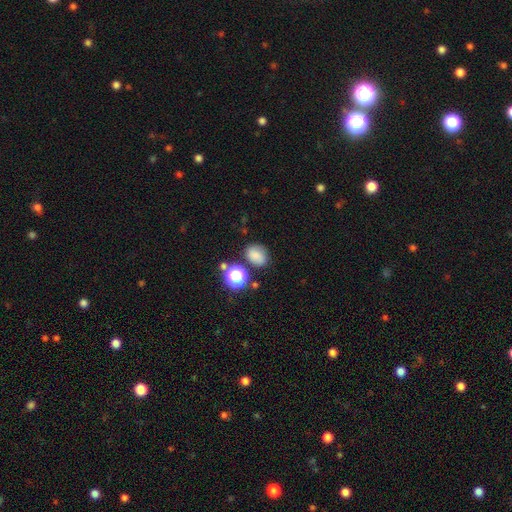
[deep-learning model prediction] A smooth galaxy with no disk features (72%) that is in between round and cigar-shaped (59%). Merging: none (67%).